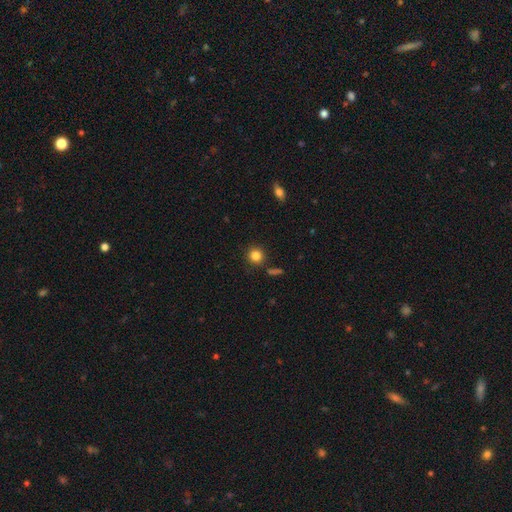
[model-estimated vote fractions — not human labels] A smooth galaxy with no disk features (84%) that is round (91%). Merging: none (85%).